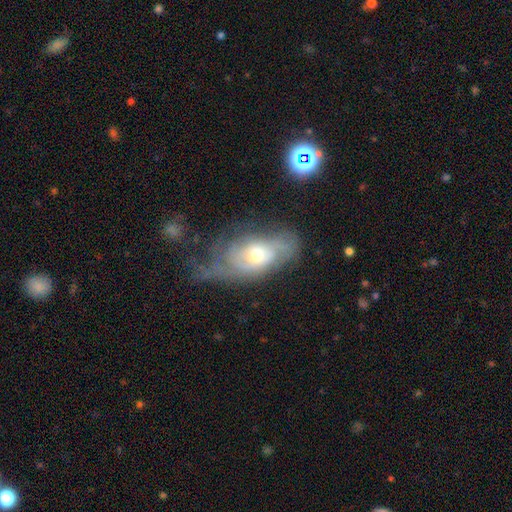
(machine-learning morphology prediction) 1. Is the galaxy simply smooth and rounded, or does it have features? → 65% featured or disk, 28% smooth, 7% star or artifact.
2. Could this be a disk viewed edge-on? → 91% no, 9% yes.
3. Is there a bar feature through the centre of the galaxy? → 76% no, 20% weak, 4% strong.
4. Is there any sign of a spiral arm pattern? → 74% yes, 26% no.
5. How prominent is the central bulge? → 64% moderate, 26% small, 7% large, 1% dominant, 1% none.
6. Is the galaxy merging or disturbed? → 34% none (tied), 34% major disturbance (tied), 28% minor disturbance, 4% merger.